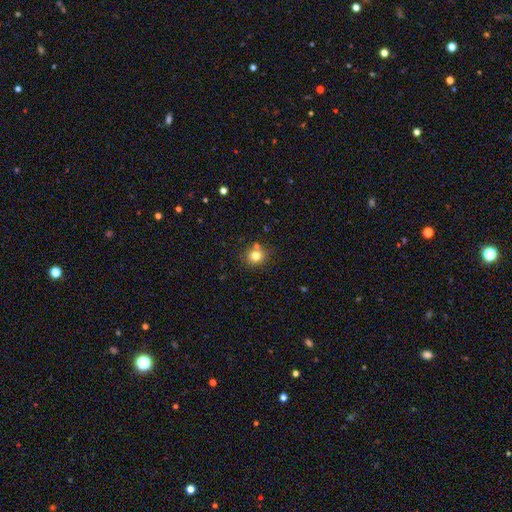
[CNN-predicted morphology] Overall: smooth (78%). How rounded: round (85%). Merging: none (74%).